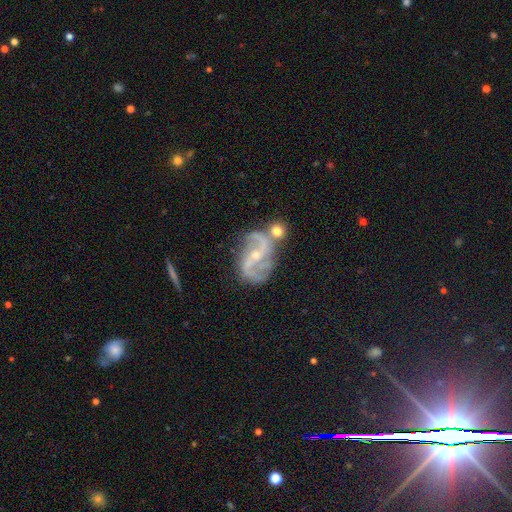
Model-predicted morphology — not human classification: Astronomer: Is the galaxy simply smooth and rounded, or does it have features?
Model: featured or disk — 89%.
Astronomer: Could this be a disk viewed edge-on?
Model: no — 97%.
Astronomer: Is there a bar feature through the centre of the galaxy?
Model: weak — 41% (runner-up: no, 37%).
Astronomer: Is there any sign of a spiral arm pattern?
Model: yes — 97%.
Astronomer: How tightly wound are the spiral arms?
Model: loose — 49% (runner-up: medium, 40%).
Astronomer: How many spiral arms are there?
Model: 2 — 83%.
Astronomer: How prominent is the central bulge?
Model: small — 69%.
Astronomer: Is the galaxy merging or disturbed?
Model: none — 51%.